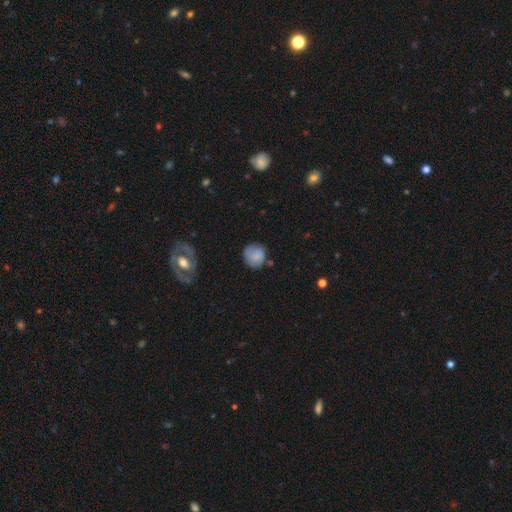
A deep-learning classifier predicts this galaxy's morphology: type=smooth (71%); roundness=round (85%); merging=none (68%).